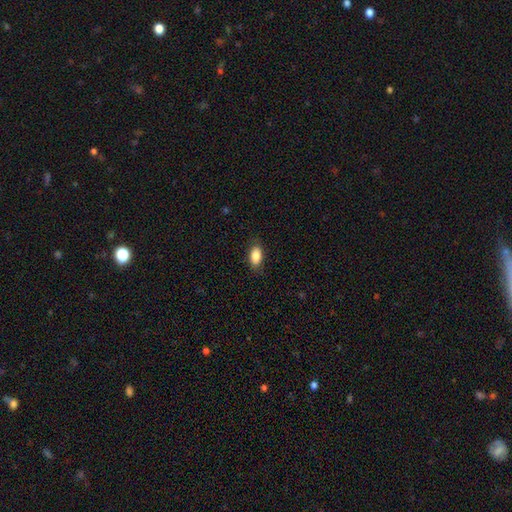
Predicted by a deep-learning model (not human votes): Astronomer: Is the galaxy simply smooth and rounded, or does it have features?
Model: smooth — 87%.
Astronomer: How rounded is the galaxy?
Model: in between — 91%.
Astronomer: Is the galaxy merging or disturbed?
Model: none — 83%.